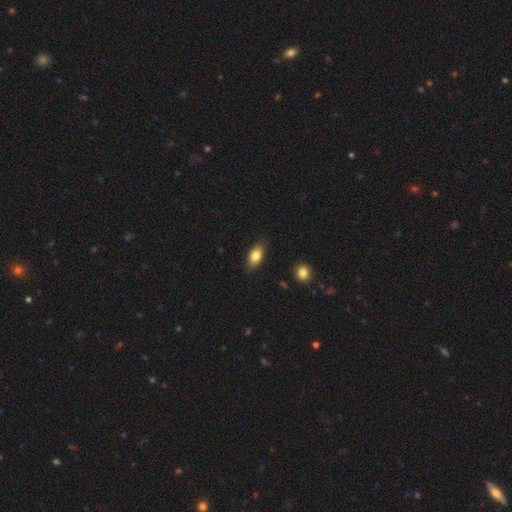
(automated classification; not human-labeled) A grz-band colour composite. It shows a smooth galaxy with no disk features (80%) that is in between round and cigar-shaped (89%). Merging: none (83%).